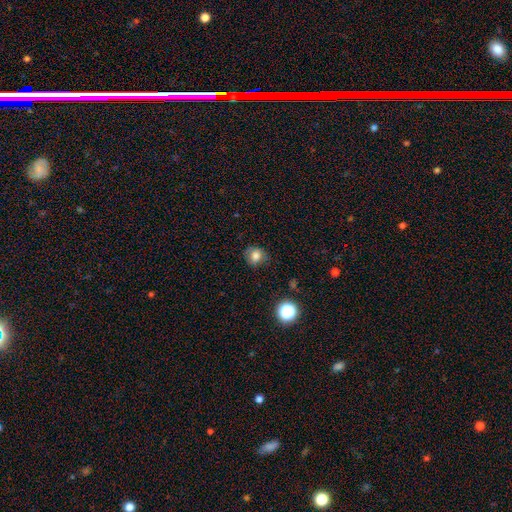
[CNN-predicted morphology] A smooth galaxy with no disk features (77%) that is round (72%).

Vote fractions:
- Smooth or featured? smooth: 77% / star or artifact: 13% / featured or disk: 10%
- How rounded? round: 72% / in between: 27% / cigar-shaped: 1%
- Merging? none: 76% / minor disturbance: 18% / major disturbance: 5% / merger: 1%